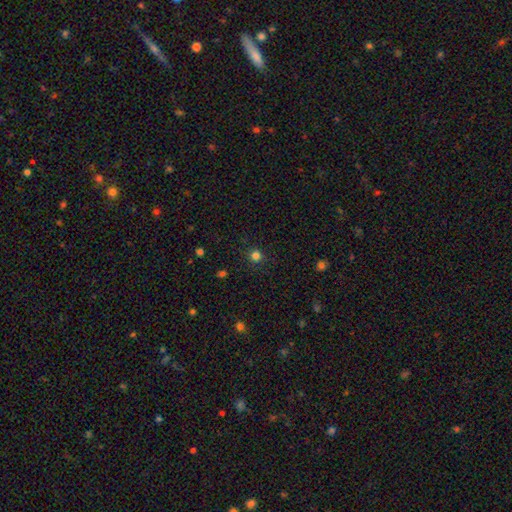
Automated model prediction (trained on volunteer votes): Morphology: type=smooth (81%); roundness=round (95%); merging=none (91%).